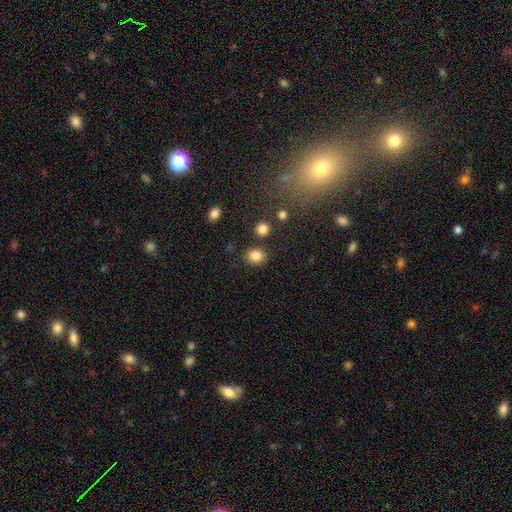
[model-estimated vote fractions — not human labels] smooth_or_featured: smooth (p=0.85) [alt: star or artifact p=0.10]
how_rounded: round (p=0.66) [alt: in between p=0.33]
merging: none (p=0.81) [alt: minor disturbance p=0.10]